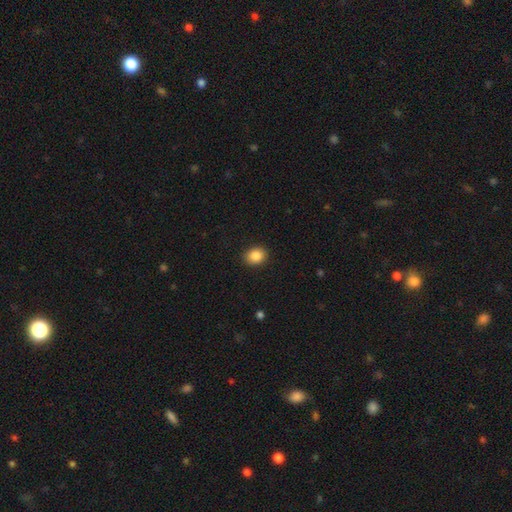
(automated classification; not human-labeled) smooth 86%, star or artifact 9%, featured or disk 5%. Down the decision tree: how rounded — round (55%); merging — none (90%).